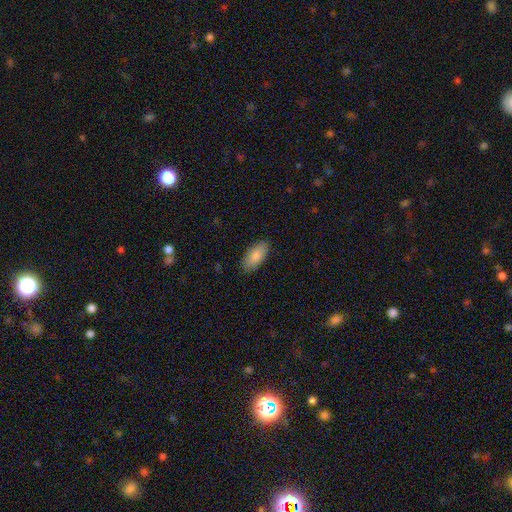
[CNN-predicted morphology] Q: Smooth or featured?
A: smooth (84%); runner-up: featured or disk (10%)
Q: How rounded?
A: in between (90%); runner-up: cigar-shaped (8%)
Q: Merging?
A: none (86%); runner-up: minor disturbance (10%)